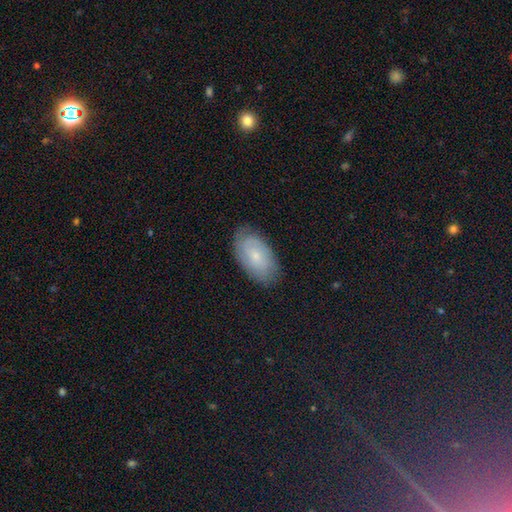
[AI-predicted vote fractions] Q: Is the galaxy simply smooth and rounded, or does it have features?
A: smooth — 47%.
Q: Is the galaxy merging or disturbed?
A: none — 80%.